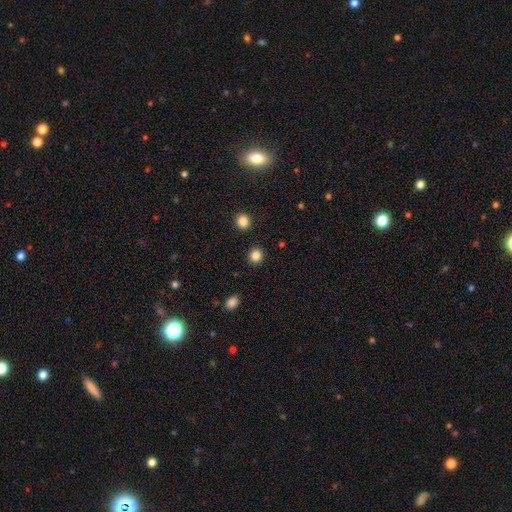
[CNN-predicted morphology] Q: Smooth or featured?
A: smooth (85%); runner-up: star or artifact (11%)
Q: How rounded?
A: round (90%); runner-up: in between (9%)
Q: Merging?
A: none (91%); runner-up: minor disturbance (5%)